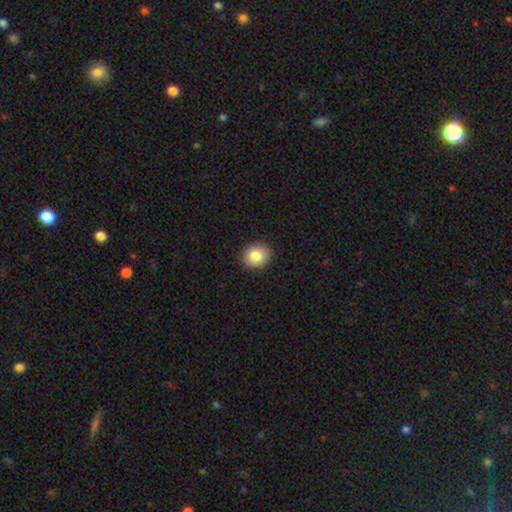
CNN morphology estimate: smooth_or_featured: smooth (p=0.83) [alt: star or artifact p=0.09]
how_rounded: round (p=0.70) [alt: in between p=0.29]
merging: none (p=0.91) [alt: minor disturbance p=0.06]